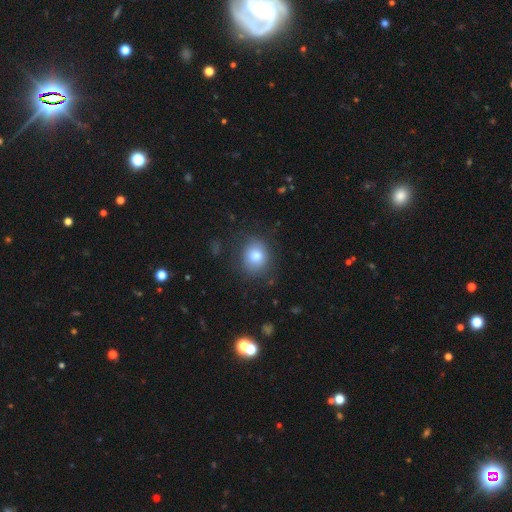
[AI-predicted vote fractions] smooth_or_featured: smooth (p=0.79) [alt: featured or disk p=0.11]
how_rounded: round (p=0.65) [alt: in between p=0.34]
merging: none (p=0.76) [alt: minor disturbance p=0.16]